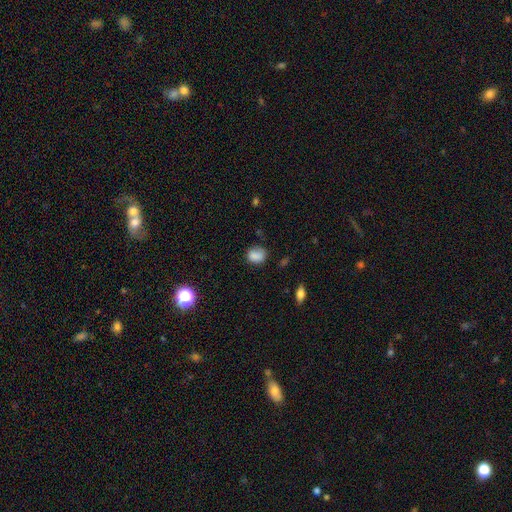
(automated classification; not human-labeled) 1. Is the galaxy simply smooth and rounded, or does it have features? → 82% smooth, 11% star or artifact, 8% featured or disk.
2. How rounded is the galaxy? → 53% in between, 45% round, 1% cigar-shaped.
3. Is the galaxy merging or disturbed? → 64% none, 25% minor disturbance, 7% major disturbance, 4% merger.